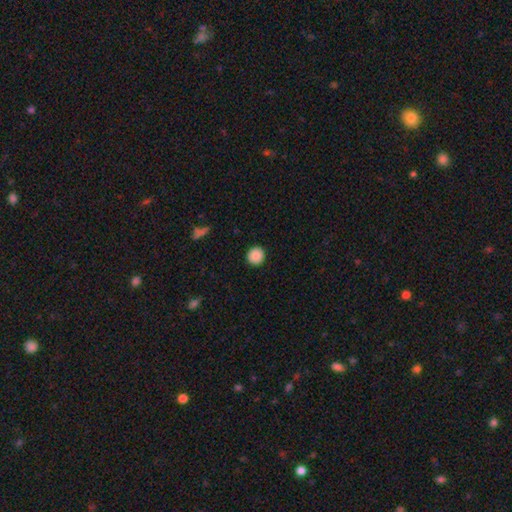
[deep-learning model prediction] Smooth or featured?
  - smooth: 87% *
  - star or artifact: 8%
  - featured or disk: 5%
How rounded?
  - round: 94% *
  - in between: 5%
  - cigar-shaped: 1%
Merging?
  - none: 92% *
  - minor disturbance: 5%
  - major disturbance: 2%
  - merger: 1%